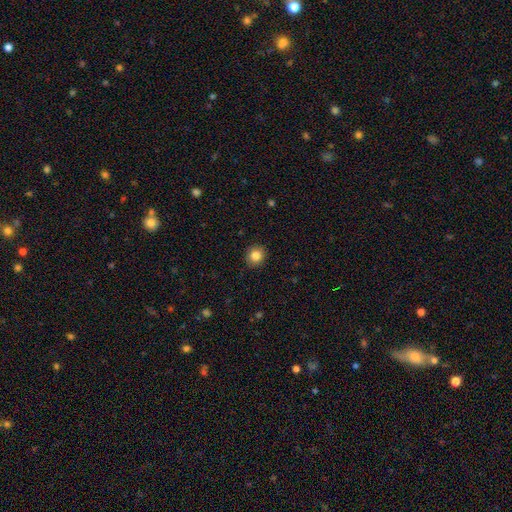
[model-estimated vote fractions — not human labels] smooth_or_featured: smooth (p=0.84) [alt: star or artifact p=0.10]
how_rounded: round (p=0.85) [alt: in between p=0.14]
merging: none (p=0.91) [alt: minor disturbance p=0.06]